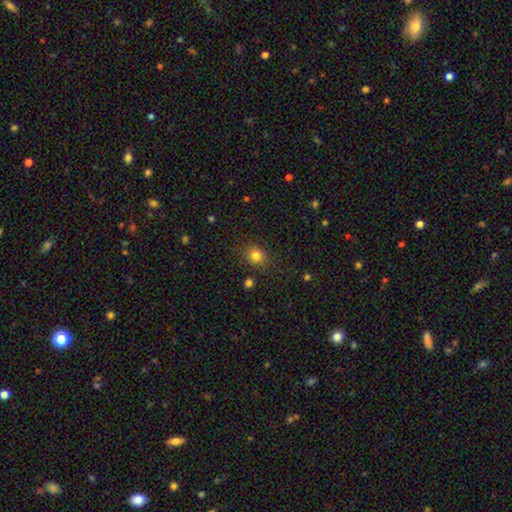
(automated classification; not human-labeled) smooth-or-featured: smooth: 81% | star or artifact: 13% | featured or disk: 7%
  how-rounded: round: 74% | in between: 25% | cigar-shaped: 1%
  merging: none: 84% | minor disturbance: 10% | major disturbance: 3% | merger: 2%